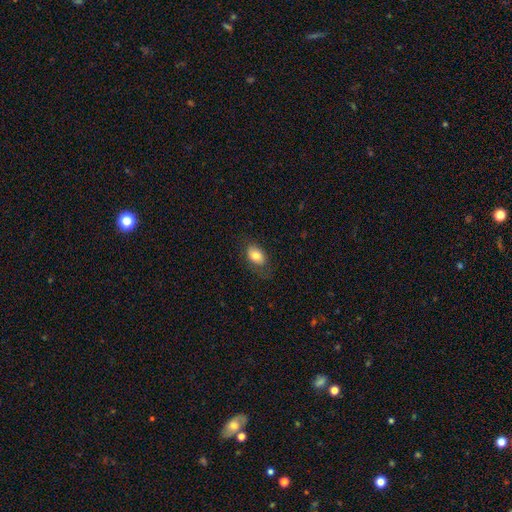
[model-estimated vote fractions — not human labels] Overall: smooth (78%). How rounded: in between (86%). Merging: none (74%).